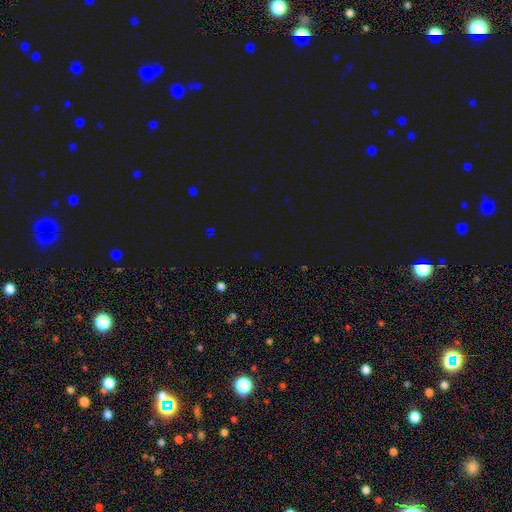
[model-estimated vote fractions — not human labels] This appears to be a star or artifact, not a galaxy (67%).